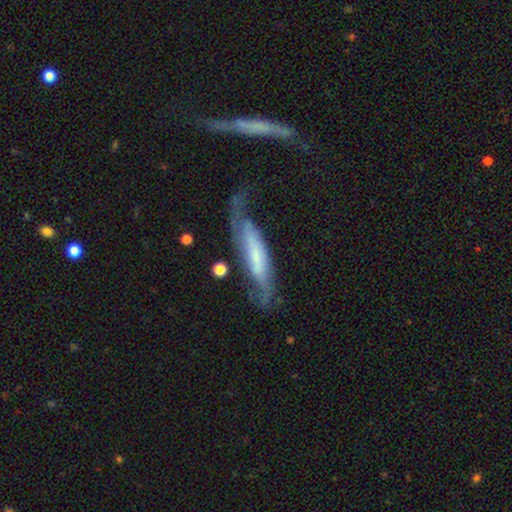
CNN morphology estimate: Q: Smooth or featured?
A: featured or disk (66%); runner-up: smooth (27%)
Q: Edge-on disk?
A: no (64%); runner-up: yes (36%)
Q: Merging?
A: none (49%); runner-up: minor disturbance (25%)